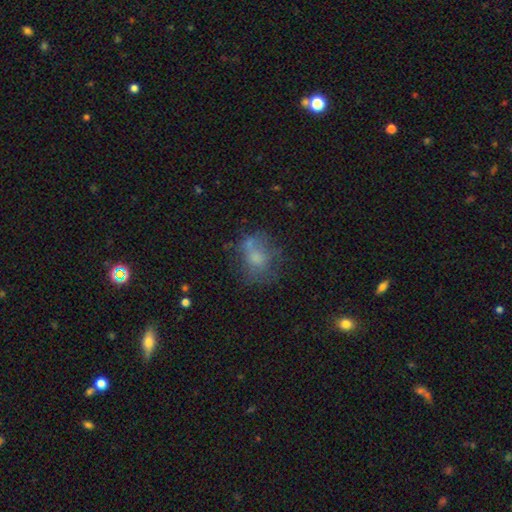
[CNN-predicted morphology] This appears to be a smooth galaxy with no disk features (56%) that is round (55%). Merging: none (44%).